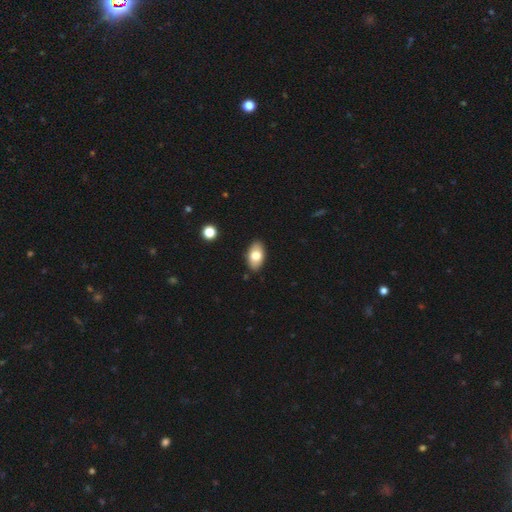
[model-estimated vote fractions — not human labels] Smooth or featured? Predicted: smooth (p=0.76). How rounded? Predicted: in between (p=0.93). Merging? Predicted: none (p=0.87).